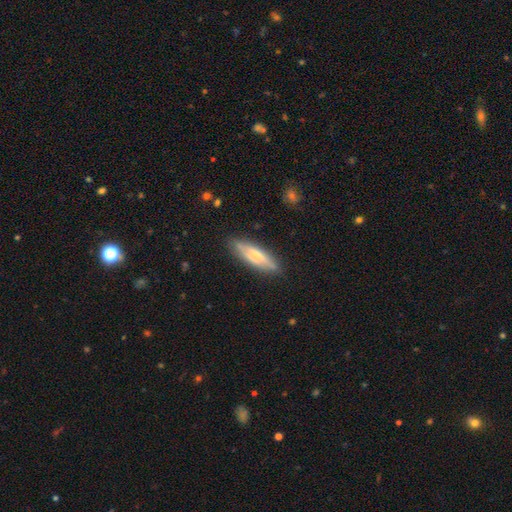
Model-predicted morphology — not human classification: A smooth galaxy with no disk features (57%) that is cigar-shaped (70%). Merging: none (84%).